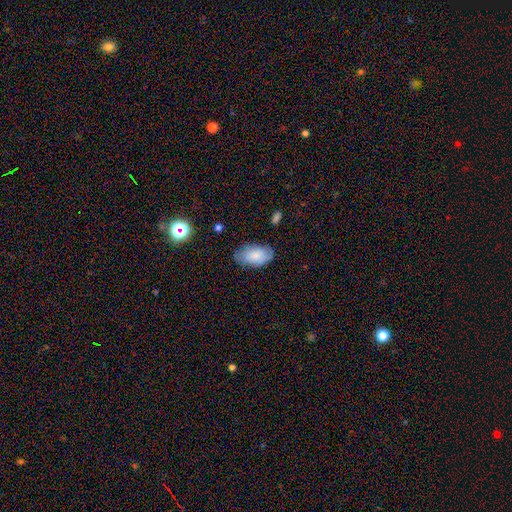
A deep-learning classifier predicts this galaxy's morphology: smooth_or_featured: smooth (p=0.75) [alt: featured or disk p=0.17]
how_rounded: in between (p=0.94) [alt: round p=0.03]
merging: none (p=0.73) [alt: minor disturbance p=0.21]